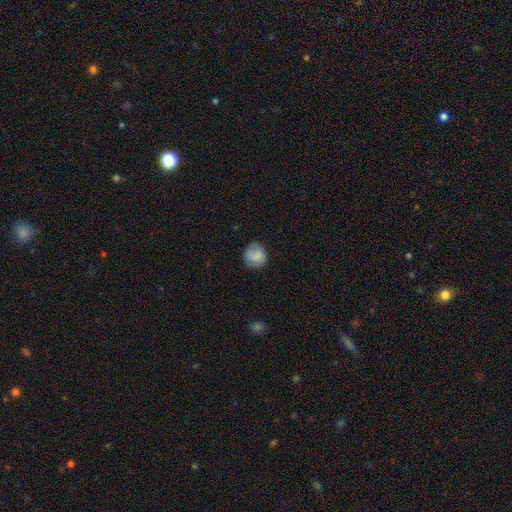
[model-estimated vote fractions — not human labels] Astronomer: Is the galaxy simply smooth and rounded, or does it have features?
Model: smooth — 77%.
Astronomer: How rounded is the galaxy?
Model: round — 80%.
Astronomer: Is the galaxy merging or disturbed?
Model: none — 69%.